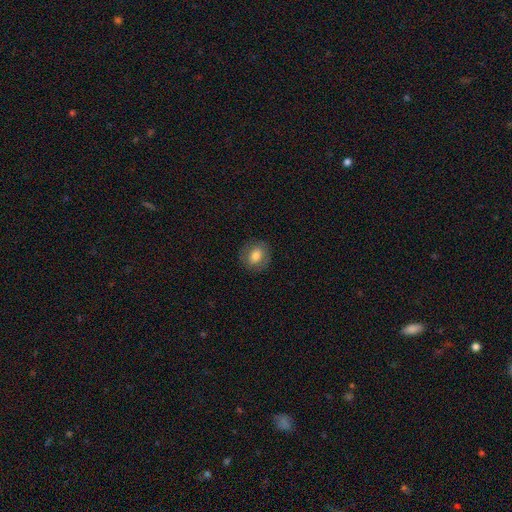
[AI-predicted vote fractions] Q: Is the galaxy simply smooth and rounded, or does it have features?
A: smooth — 75%.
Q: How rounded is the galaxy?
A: round — 67%.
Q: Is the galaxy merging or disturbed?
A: none — 86%.